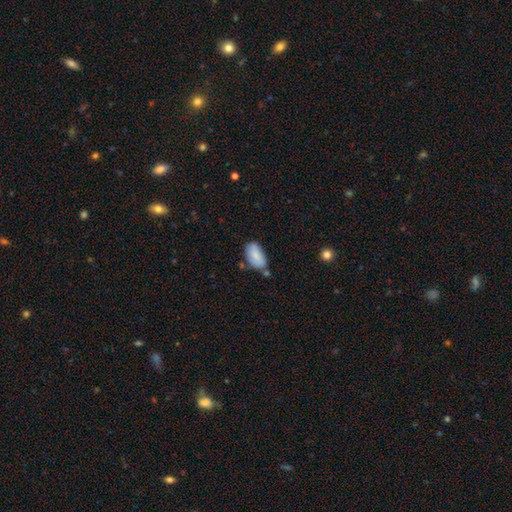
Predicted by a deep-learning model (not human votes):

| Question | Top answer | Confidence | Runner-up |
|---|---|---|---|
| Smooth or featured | smooth | 84% | featured or disk (10%) |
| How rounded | in between | 94% | round (3%) |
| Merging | none | 58% | minor disturbance (26%) |